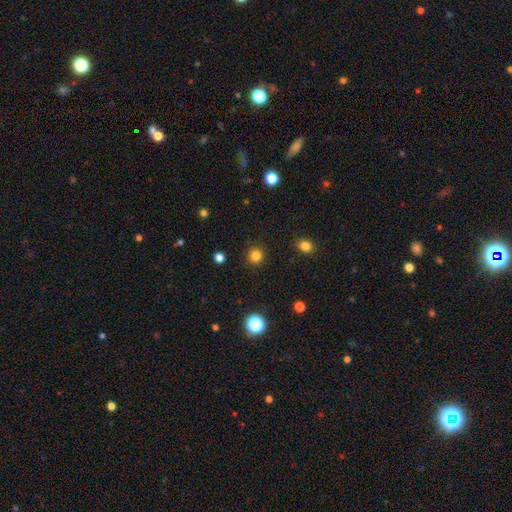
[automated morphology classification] Smooth or featured? smooth (83%)
How rounded? round (94%)
Merging? none (92%)